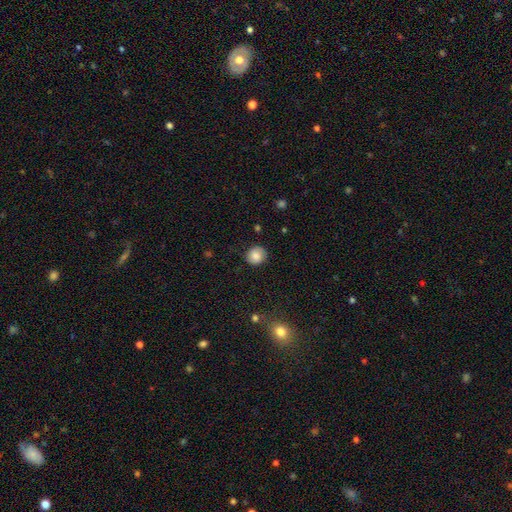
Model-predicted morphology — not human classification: The model was most divided on "smooth or featured": smooth: 77%, featured or disk: 14%, star or artifact: 9%. More confident: how rounded — round (84%); merging — none (82%).